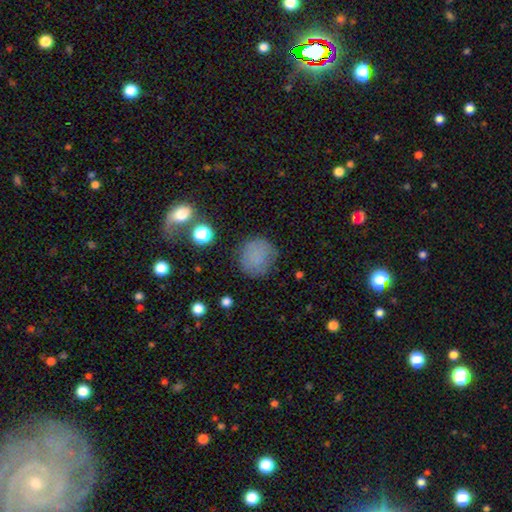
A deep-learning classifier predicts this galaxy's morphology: Smooth or featured? Predicted: smooth (p=0.78). How rounded? Predicted: round (p=0.88). Merging? Predicted: none (p=0.74).